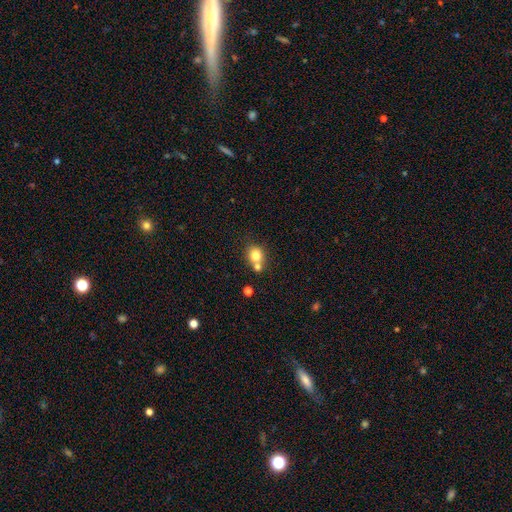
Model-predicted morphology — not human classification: type=smooth (79%); roundness=round (80%); merging=none (50%).